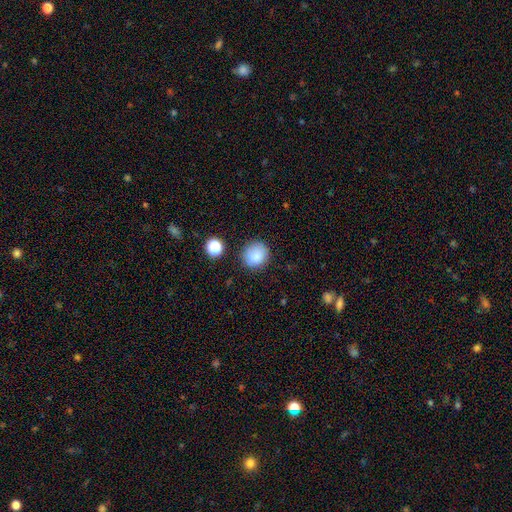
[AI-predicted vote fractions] smooth 85%, star or artifact 10%, featured or disk 5%. Down the decision tree: how rounded — round (84%); merging — none (83%).